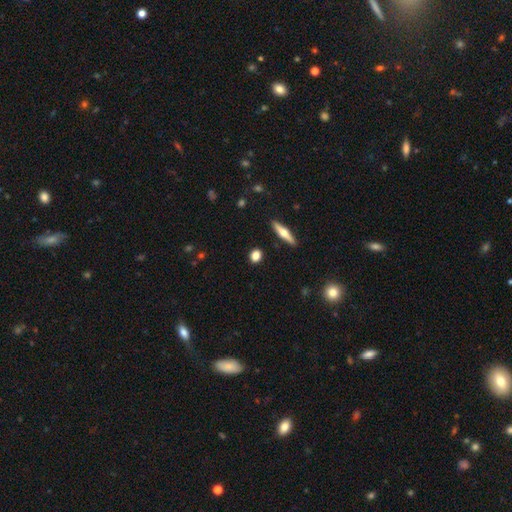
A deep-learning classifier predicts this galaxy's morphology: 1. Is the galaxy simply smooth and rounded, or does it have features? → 77% smooth, 14% featured or disk, 9% star or artifact.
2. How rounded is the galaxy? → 58% round, 30% in between, 12% cigar-shaped.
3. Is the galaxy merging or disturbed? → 88% none, 8% minor disturbance, 2% major disturbance, 2% merger.